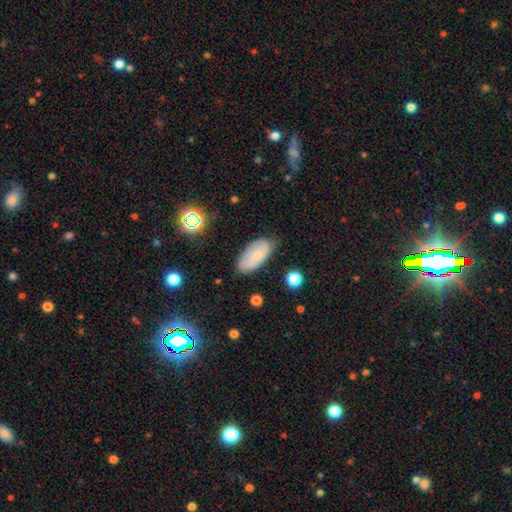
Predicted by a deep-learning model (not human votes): smooth-or-featured: smooth: 61% | featured or disk: 30% | star or artifact: 9%
  how-rounded: in between: 93% | cigar-shaped: 4% | round: 3%
  merging: none: 75% | minor disturbance: 19% | major disturbance: 4% | merger: 2%